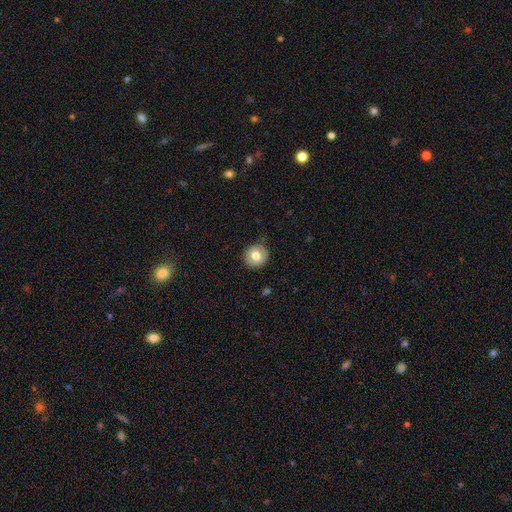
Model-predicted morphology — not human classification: smooth_or_featured: smooth (p=0.67) [alt: featured or disk p=0.25]
how_rounded: round (p=0.89) [alt: in between p=0.10]
merging: none (p=0.87) [alt: minor disturbance p=0.10]